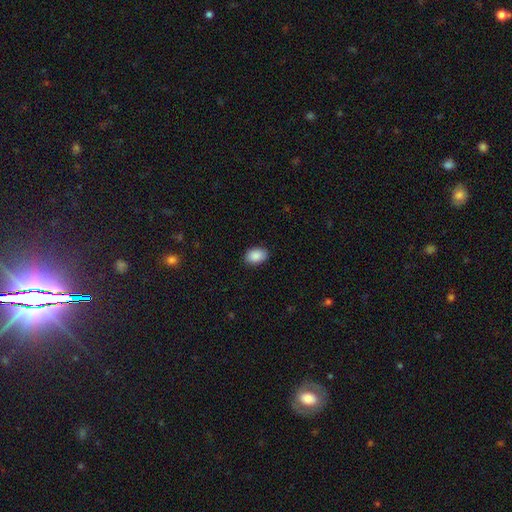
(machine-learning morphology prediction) smooth_or_featured: smooth (p=0.90) [alt: star or artifact p=0.07]
how_rounded: in between (p=0.88) [alt: round p=0.11]
merging: none (p=0.88) [alt: minor disturbance p=0.09]